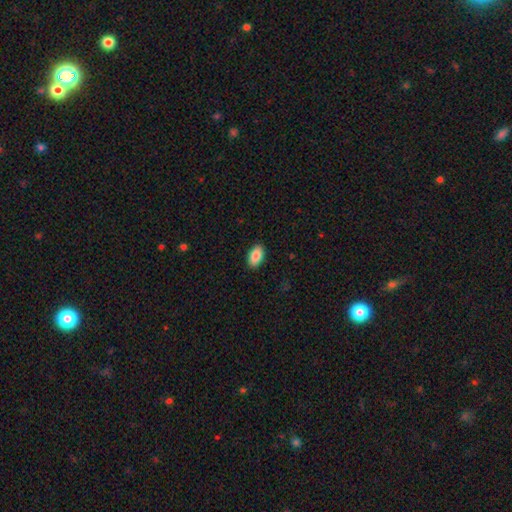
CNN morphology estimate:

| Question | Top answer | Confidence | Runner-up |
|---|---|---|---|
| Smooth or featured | smooth | 87% | star or artifact (7%) |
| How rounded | in between | 94% | round (4%) |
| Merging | none | 90% | minor disturbance (8%) |